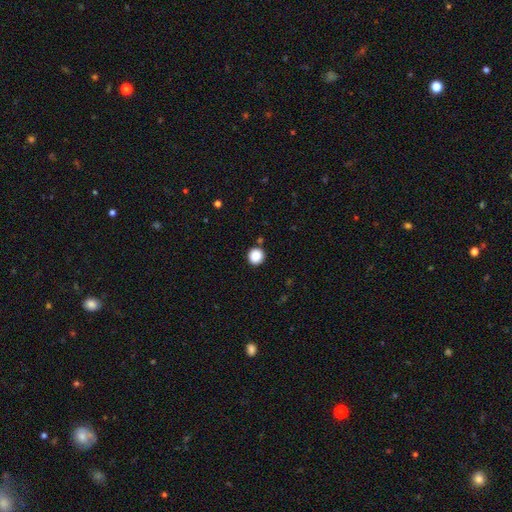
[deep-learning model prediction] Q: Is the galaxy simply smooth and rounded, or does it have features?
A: smooth — 87%.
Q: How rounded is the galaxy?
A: round — 95%.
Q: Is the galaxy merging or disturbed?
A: none — 90%.